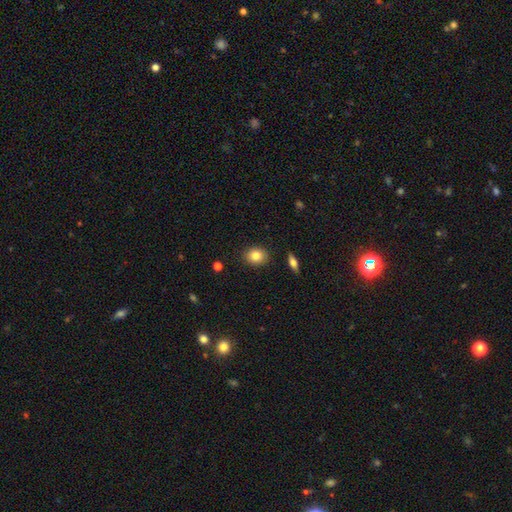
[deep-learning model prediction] Smooth or featured? Predicted: smooth (p=0.82). How rounded? Predicted: round (p=0.54). Merging? Predicted: none (p=0.89).